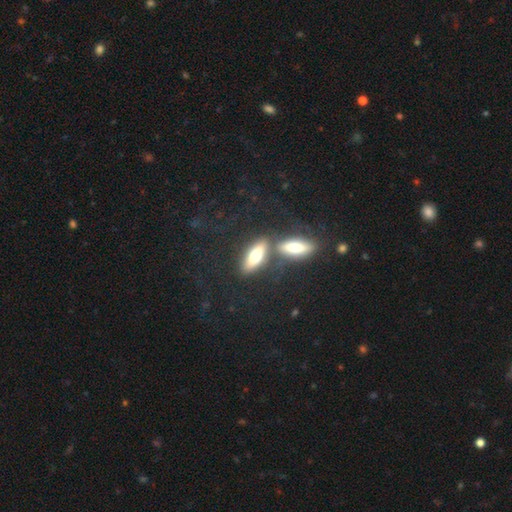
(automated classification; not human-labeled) Smooth or featured: smooth — 67% (featured or disk — 26%)
How rounded: in between — 63% (cigar-shaped — 33%)
Merging: none — 56% (merger — 30%)